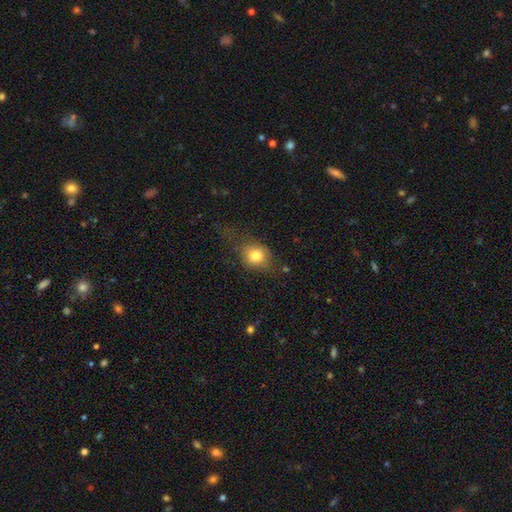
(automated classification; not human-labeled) Smooth or featured?
  - smooth: 79% *
  - featured or disk: 11%
  - star or artifact: 10%
How rounded?
  - round: 62% *
  - in between: 36%
  - cigar-shaped: 2%
Merging?
  - none: 54% *
  - minor disturbance: 27%
  - major disturbance: 17%
  - merger: 2%